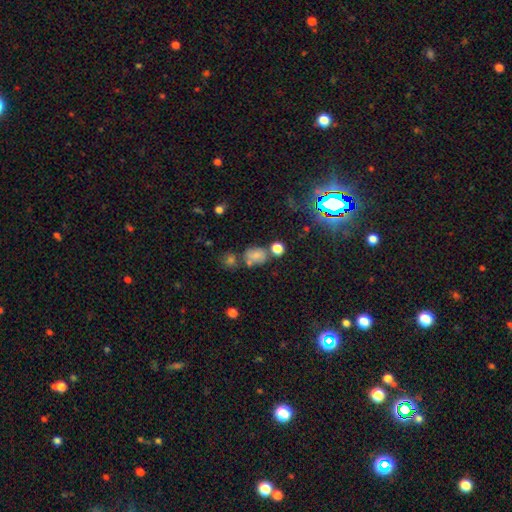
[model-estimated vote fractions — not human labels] The model was most divided on "merging": none: 51%, merger: 24%, minor disturbance: 18%, major disturbance: 7%. More confident: smooth or featured — smooth (70%); how rounded — in between (64%).